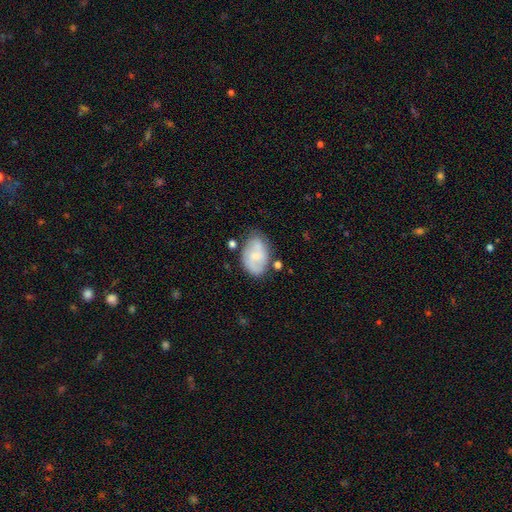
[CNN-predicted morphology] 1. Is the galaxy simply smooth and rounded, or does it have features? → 48% smooth, 45% featured or disk, 7% star or artifact.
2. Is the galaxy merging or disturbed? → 60% none, 26% minor disturbance, 7% major disturbance, 7% merger.